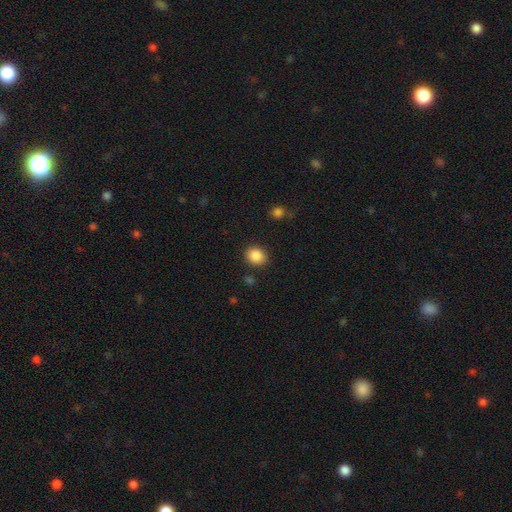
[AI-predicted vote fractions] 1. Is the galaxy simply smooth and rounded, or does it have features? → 87% smooth, 9% star or artifact, 4% featured or disk.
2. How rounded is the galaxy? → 68% round, 31% in between, 1% cigar-shaped.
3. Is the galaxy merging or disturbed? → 86% none, 8% minor disturbance, 3% major disturbance, 2% merger.